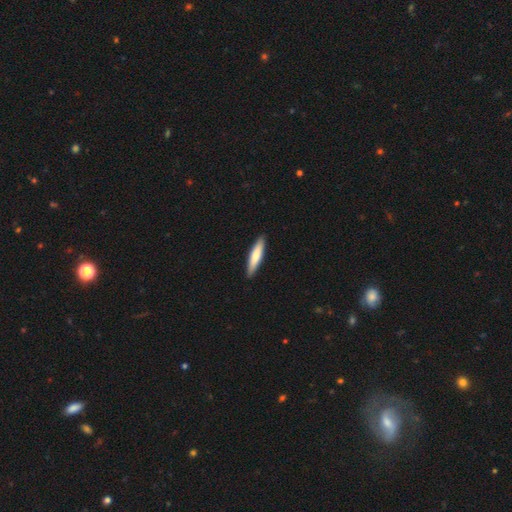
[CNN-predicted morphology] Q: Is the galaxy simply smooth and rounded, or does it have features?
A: smooth — 73%.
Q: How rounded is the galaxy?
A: cigar-shaped — 83%.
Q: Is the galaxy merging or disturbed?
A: none — 90%.